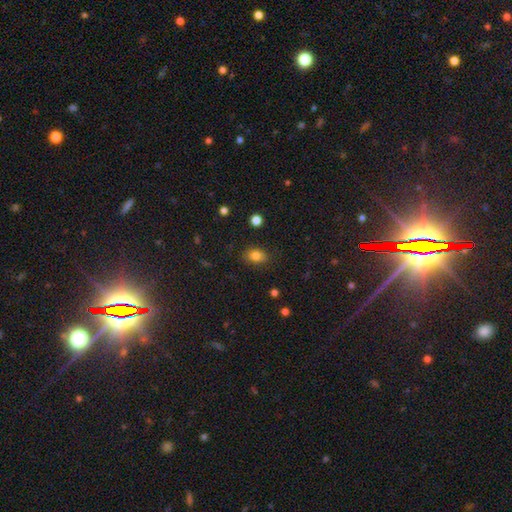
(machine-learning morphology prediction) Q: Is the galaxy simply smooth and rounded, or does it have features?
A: smooth — 82%.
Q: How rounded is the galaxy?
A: in between — 73%.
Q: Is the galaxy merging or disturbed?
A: none — 83%.